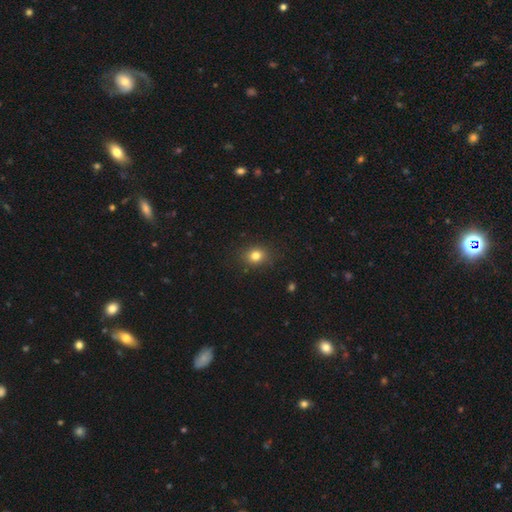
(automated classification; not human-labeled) Smooth or featured: smooth — 80% (star or artifact — 13%)
How rounded: round — 65% (in between — 34%)
Merging: none — 87% (minor disturbance — 9%)